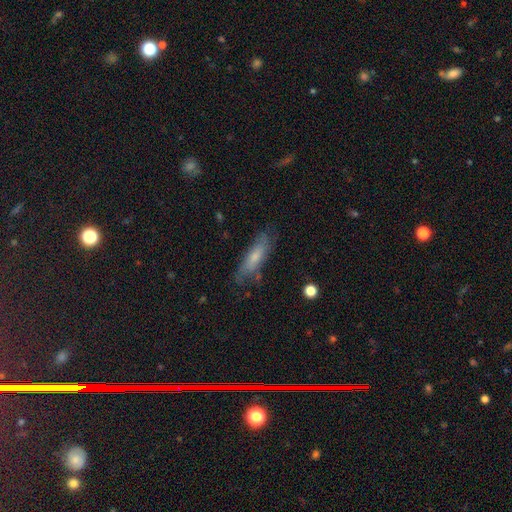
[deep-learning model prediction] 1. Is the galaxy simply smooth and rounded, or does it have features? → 53% smooth, 39% featured or disk, 8% star or artifact.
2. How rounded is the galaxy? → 59% cigar-shaped, 39% in between, 2% round.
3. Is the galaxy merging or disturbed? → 69% none, 22% minor disturbance, 7% major disturbance, 2% merger.